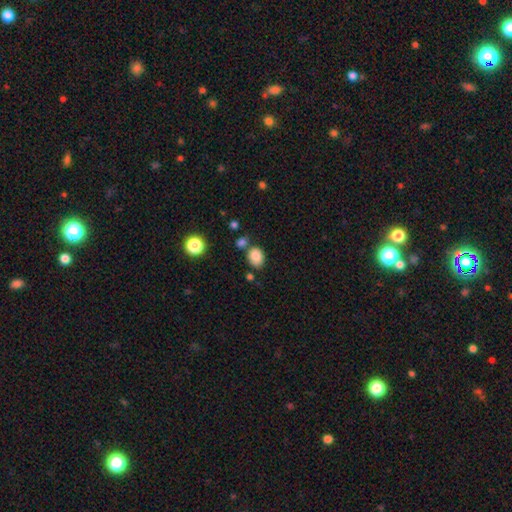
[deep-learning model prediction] A smooth galaxy with no disk features (84%) that is in between round and cigar-shaped (61%). Merging: none (68%).